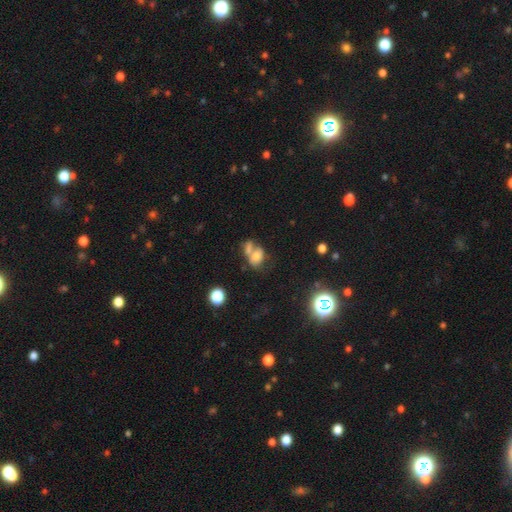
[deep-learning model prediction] A smooth galaxy with no disk features (67%) that is in between round and cigar-shaped (72%).

Vote fractions:
- Smooth or featured? smooth: 67% / featured or disk: 18% / star or artifact: 15%
- How rounded? in between: 72% / round: 26% / cigar-shaped: 2%
- Merging? merger: 53% / none: 26% / minor disturbance: 11% / major disturbance: 9%